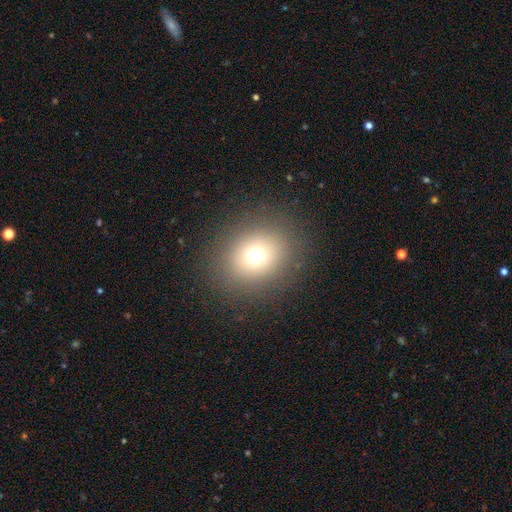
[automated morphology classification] This is likely a smooth galaxy (70%). How rounded: likely round (73%). Merging: clearly none (87%).